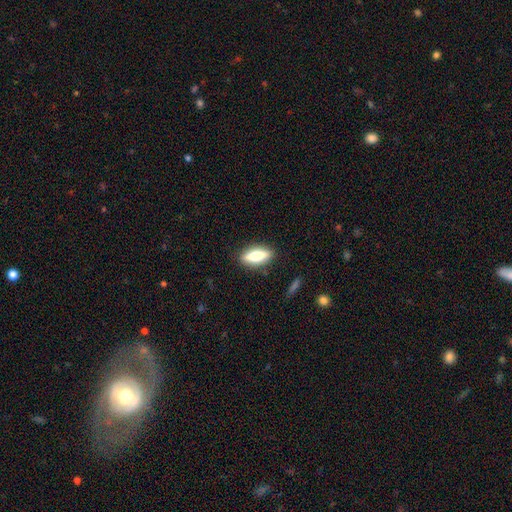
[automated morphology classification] Smooth or featured?
  - smooth: 62% *
  - featured or disk: 31%
  - star or artifact: 7%
How rounded?
  - in between: 55% *
  - cigar-shaped: 42%
  - round: 3%
Merging?
  - none: 87% *
  - minor disturbance: 9%
  - major disturbance: 3%
  - merger: 1%